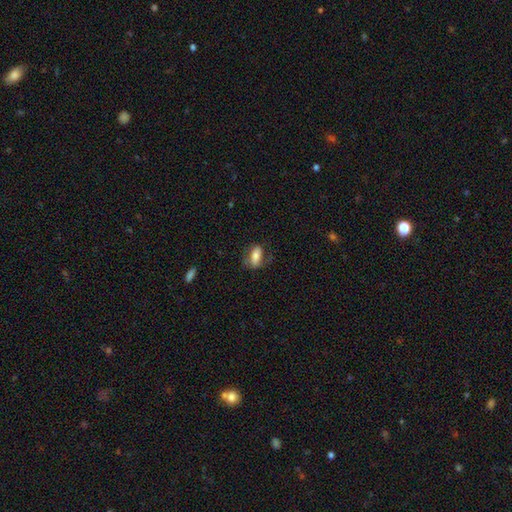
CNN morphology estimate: A smooth galaxy with no disk features (66%) that is in between round and cigar-shaped (82%). Merging: none (61%).